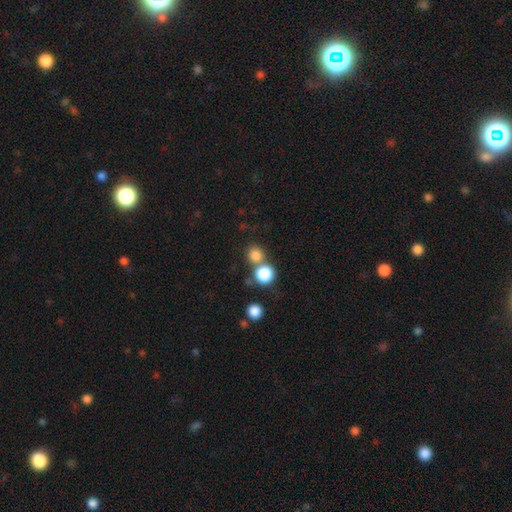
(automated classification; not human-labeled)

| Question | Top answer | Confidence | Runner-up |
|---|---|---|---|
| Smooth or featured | smooth | 82% | star or artifact (12%) |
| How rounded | round | 90% | in between (9%) |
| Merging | none | 58% | merger (32%) |